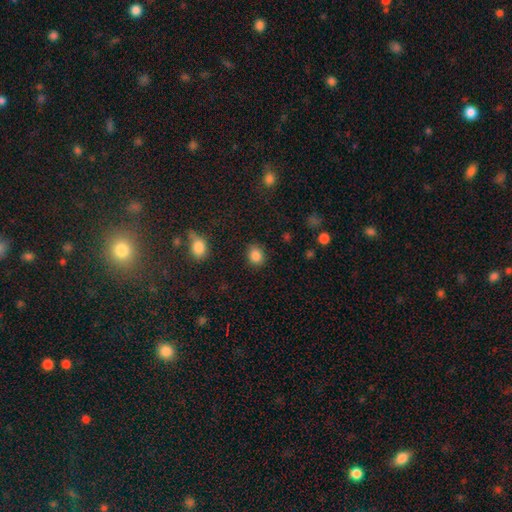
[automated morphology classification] Q: Smooth or featured?
A: smooth (86%); runner-up: star or artifact (10%)
Q: How rounded?
A: round (61%); runner-up: in between (38%)
Q: Merging?
A: none (86%); runner-up: minor disturbance (9%)